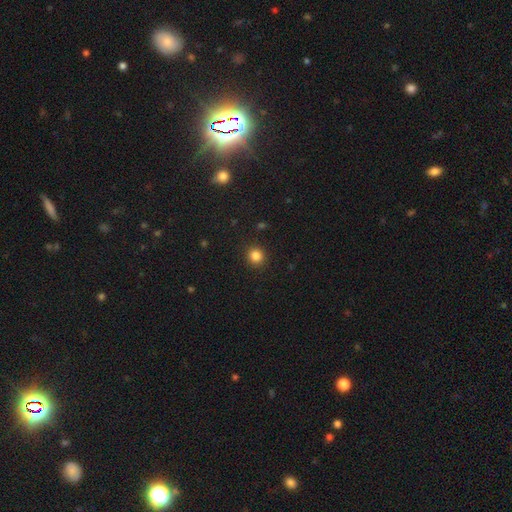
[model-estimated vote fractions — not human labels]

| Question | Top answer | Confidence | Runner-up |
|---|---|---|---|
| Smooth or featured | smooth | 84% | star or artifact (12%) |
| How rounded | round | 90% | in between (9%) |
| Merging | none | 91% | minor disturbance (6%) |